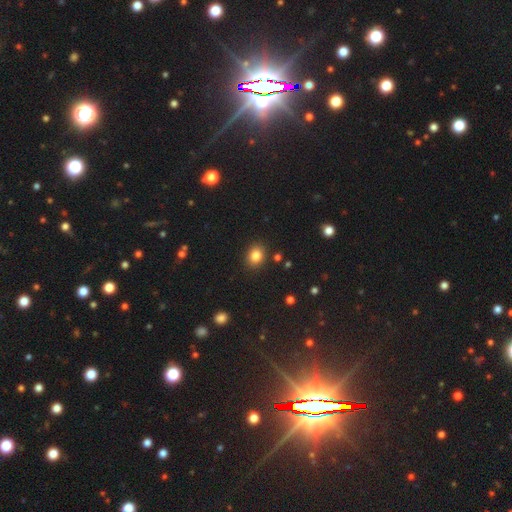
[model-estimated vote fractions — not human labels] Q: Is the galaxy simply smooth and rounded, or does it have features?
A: smooth — 83%.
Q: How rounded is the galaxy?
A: round — 59%.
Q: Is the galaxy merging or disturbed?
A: none — 88%.